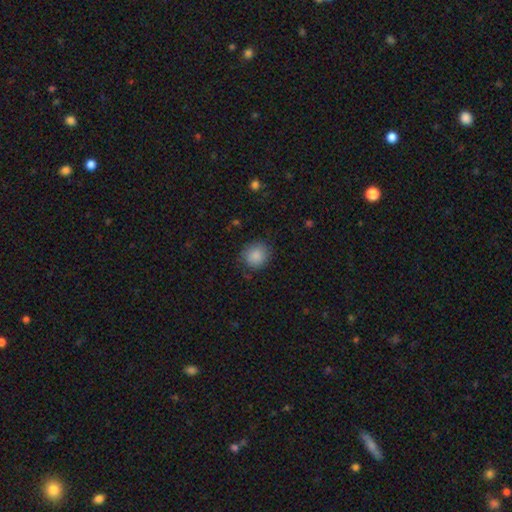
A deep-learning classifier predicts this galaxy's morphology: A smooth galaxy with no disk features (87%) that is round (86%).

Vote fractions:
- Smooth or featured? smooth: 87% / star or artifact: 8% / featured or disk: 5%
- How rounded? round: 86% / in between: 13% / cigar-shaped: 1%
- Merging? none: 80% / minor disturbance: 15% / major disturbance: 4% / merger: 1%